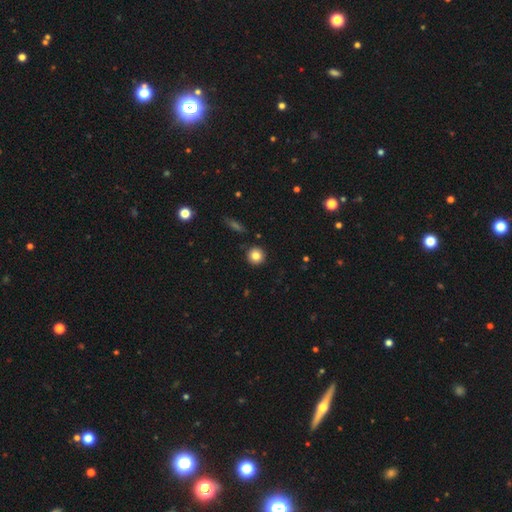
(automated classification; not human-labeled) Q: Smooth or featured?
A: smooth (82%); runner-up: star or artifact (10%)
Q: How rounded?
A: round (93%); runner-up: in between (6%)
Q: Merging?
A: none (91%); runner-up: minor disturbance (6%)